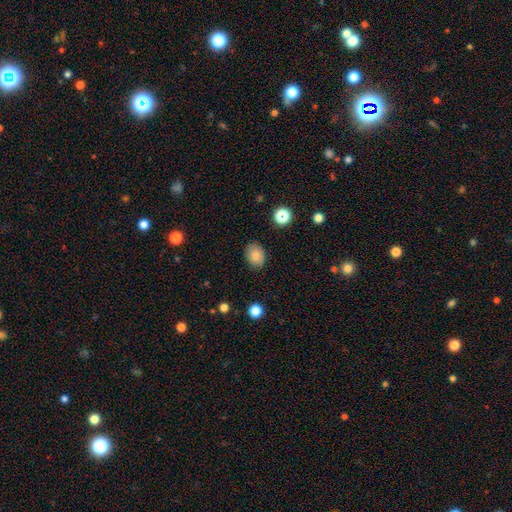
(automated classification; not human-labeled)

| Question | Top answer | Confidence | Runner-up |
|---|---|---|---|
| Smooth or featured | smooth | 84% | star or artifact (10%) |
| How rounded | in between | 65% | round (34%) |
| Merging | none | 84% | minor disturbance (12%) |